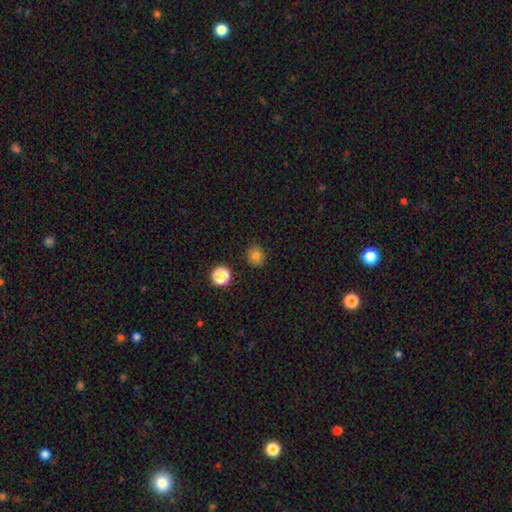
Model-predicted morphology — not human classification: smooth_or_featured: smooth (p=0.80) [alt: star or artifact p=0.14]
how_rounded: round (p=0.88) [alt: in between p=0.11]
merging: none (p=0.90) [alt: minor disturbance p=0.07]